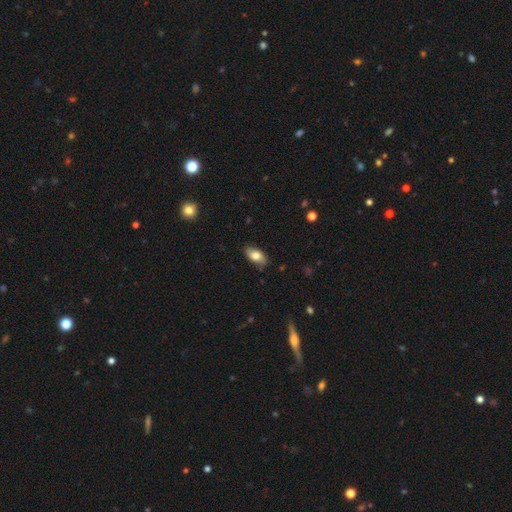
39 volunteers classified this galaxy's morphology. A smooth galaxy with no disk features (77%) that is in between round and cigar-shaped (90%). Merging: none (75%).